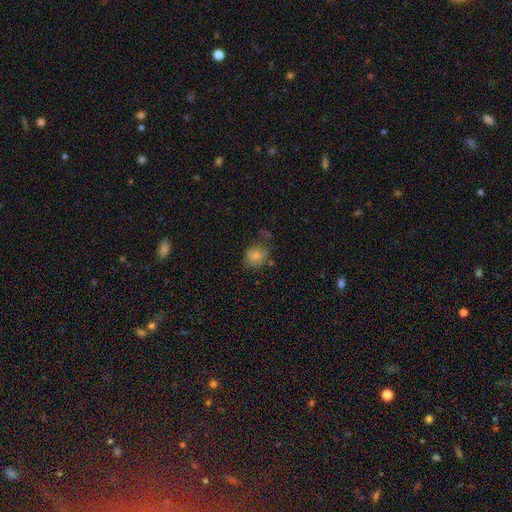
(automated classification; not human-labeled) Smooth or featured? Predicted: smooth (p=0.77). How rounded? Predicted: round (p=0.54). Merging? Predicted: none (p=0.56).